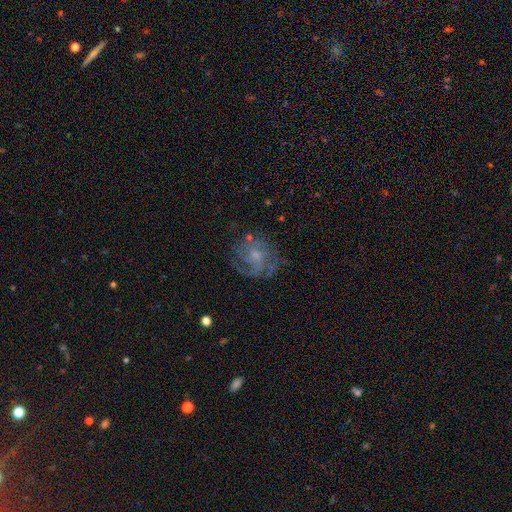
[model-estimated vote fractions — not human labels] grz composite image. It shows a featured or disk galaxy (72%) with no bar (62%), medium (42%) spiral arms (85%) and a small central bulge (47%). Merging: none (61%).